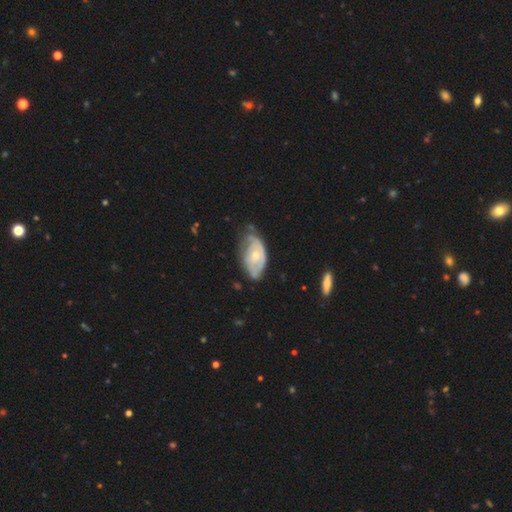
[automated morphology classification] featured or disk 68%, smooth 26%, star or artifact 6%. Down the decision tree: edge-on disk — no (94%); bar — no (77%); spiral arms — yes (74%); bulge size — small (50%); merging — none (49%).